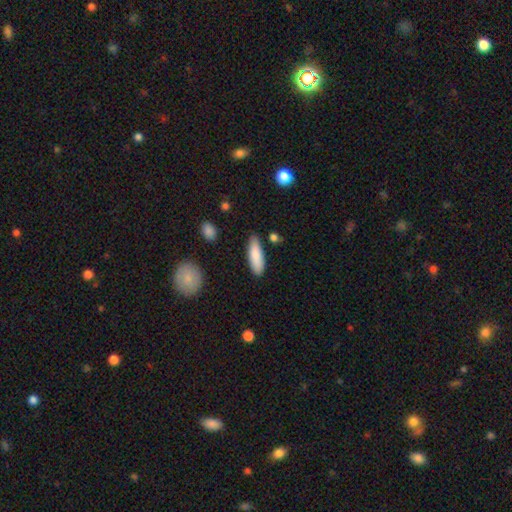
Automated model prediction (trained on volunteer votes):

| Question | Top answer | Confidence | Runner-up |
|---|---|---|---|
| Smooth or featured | smooth | 85% | featured or disk (9%) |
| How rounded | in between | 53% | cigar-shaped (45%) |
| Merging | none | 82% | minor disturbance (12%) |